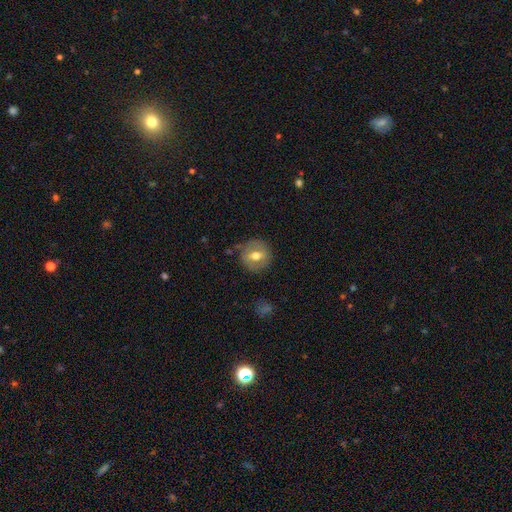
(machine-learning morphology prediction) Smooth or featured?
  - smooth: 59% *
  - featured or disk: 33%
  - star or artifact: 8%
How rounded?
  - round: 85% *
  - in between: 13%
  - cigar-shaped: 1%
Merging?
  - none: 79% *
  - minor disturbance: 14%
  - major disturbance: 4%
  - merger: 2%